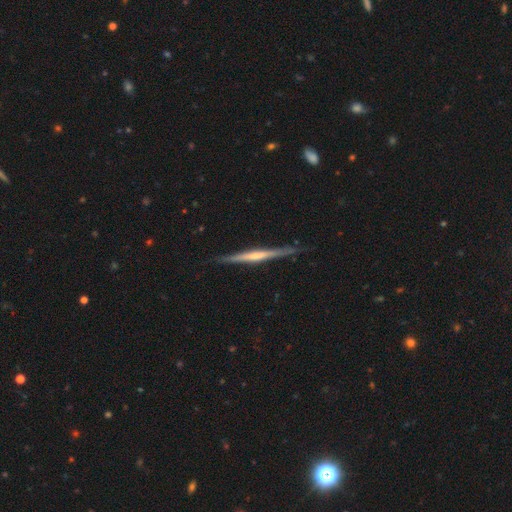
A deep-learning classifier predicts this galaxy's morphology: featured or disk 65%, smooth 30%, star or artifact 5%. Down the decision tree: edge-on disk — yes (97%); edge-on bulge — none (47%); merging — none (86%).